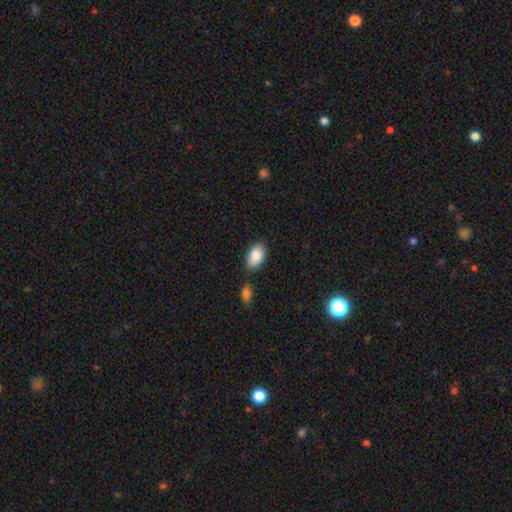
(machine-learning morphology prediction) A smooth galaxy with no disk features (88%) that is in between round and cigar-shaped (93%).

Vote fractions:
- Smooth or featured? smooth: 88% / star or artifact: 6% / featured or disk: 6%
- How rounded? in between: 93% / round: 6% / cigar-shaped: 2%
- Merging? none: 73% / minor disturbance: 15% / merger: 8% / major disturbance: 3%